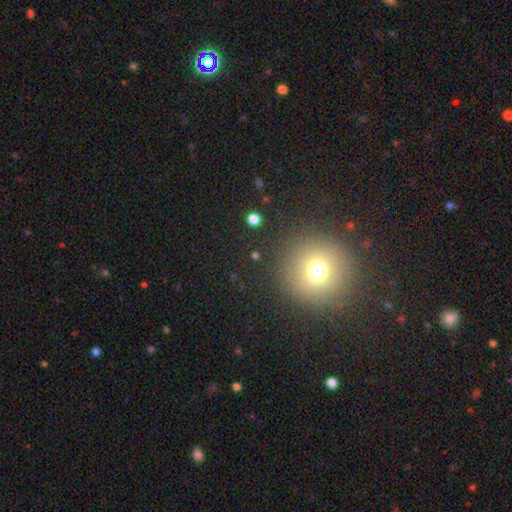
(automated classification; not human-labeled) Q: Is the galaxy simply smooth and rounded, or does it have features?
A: smooth — 63%.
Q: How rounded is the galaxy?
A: round — 90%.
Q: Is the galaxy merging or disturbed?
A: none — 86%.